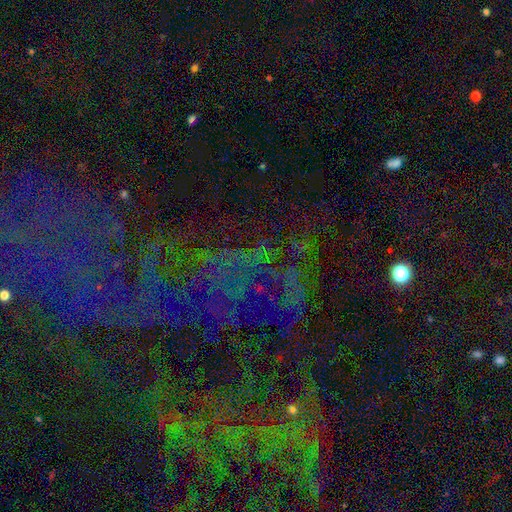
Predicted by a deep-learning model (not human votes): Morphology: type=star or artifact (71%).